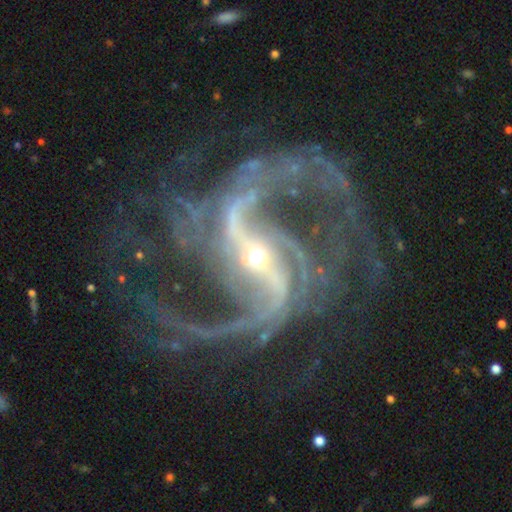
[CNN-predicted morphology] featured or disk 92%, star or artifact 6%, smooth 2%. Down the decision tree: edge-on disk — no (98%); bar — strong (68%); spiral arms — yes (98%); spiral arm count — 2 (51%); spiral winding — loose (44%); bulge size — small (76%); merging — none (48%).